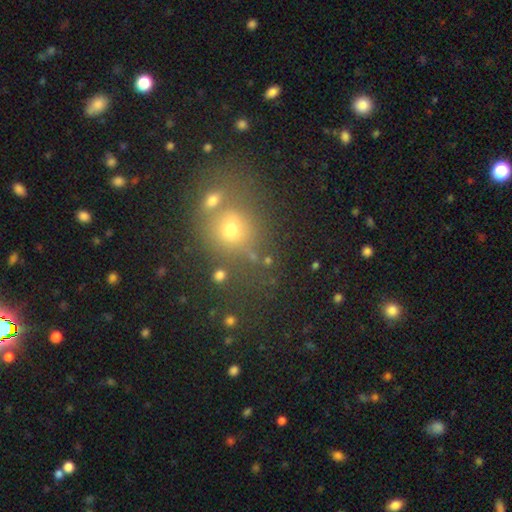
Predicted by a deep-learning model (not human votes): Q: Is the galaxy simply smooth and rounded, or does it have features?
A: smooth — 58%.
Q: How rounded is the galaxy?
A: round — 67%.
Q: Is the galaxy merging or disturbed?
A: none — 61%.